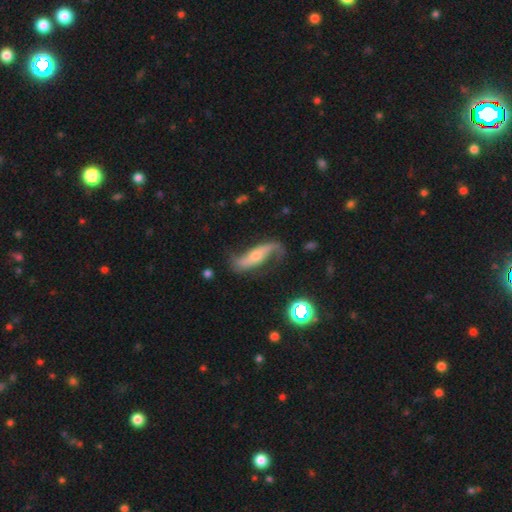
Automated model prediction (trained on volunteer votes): This appears to be a featured or disk galaxy (82%) with no bar (46%), 2 (90%) loose (84%) spiral arms (95%) and a small central bulge (49%). Merging: none (69%).